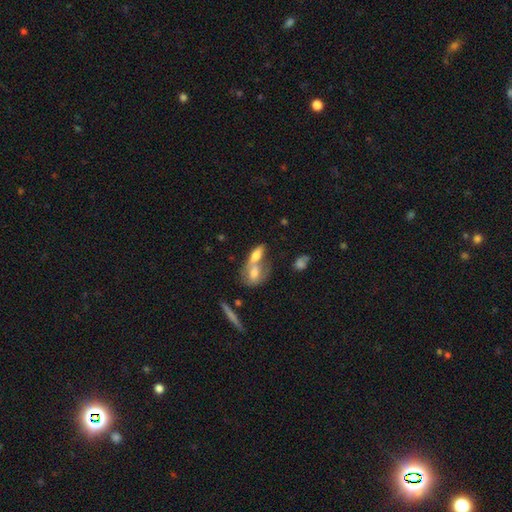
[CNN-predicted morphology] A smooth galaxy with no disk features (64%) that is in between round and cigar-shaped (70%).

Vote fractions:
- Smooth or featured? smooth: 64% / featured or disk: 28% / star or artifact: 9%
- How rounded? in between: 70% / cigar-shaped: 23% / round: 7%
- Merging? merger: 61% / none: 26% / minor disturbance: 8% / major disturbance: 5%